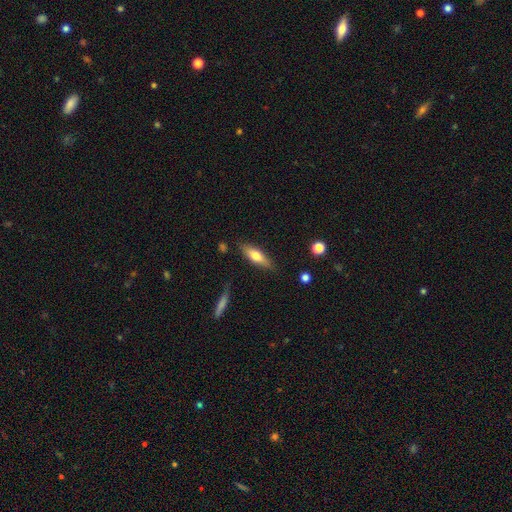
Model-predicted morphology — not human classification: Smooth or featured?
  - smooth: 64% *
  - featured or disk: 29%
  - star or artifact: 6%
How rounded?
  - cigar-shaped: 50% *
  - in between: 48%
  - round: 2%
Merging?
  - none: 80% *
  - minor disturbance: 15%
  - major disturbance: 3%
  - merger: 2%